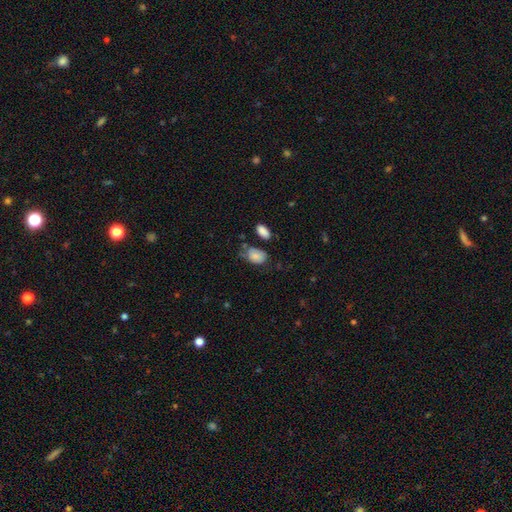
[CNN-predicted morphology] Smooth or featured: smooth — 80% (featured or disk — 11%)
How rounded: in between — 84% (round — 15%)
Merging: none — 45% (minor disturbance — 32%)